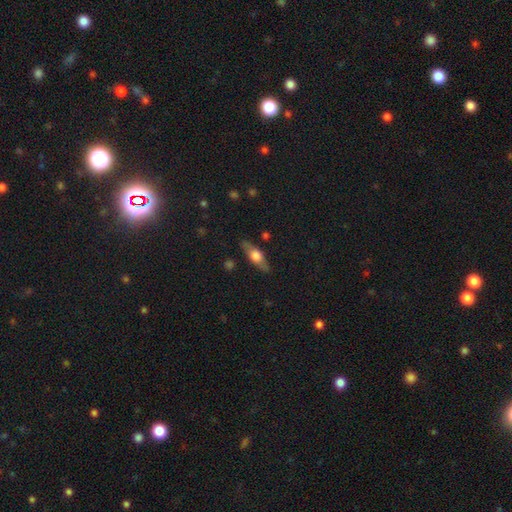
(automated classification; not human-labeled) This appears to be a featured or disk galaxy (51%) viewed edge-on (87%). Merging: none (83%).